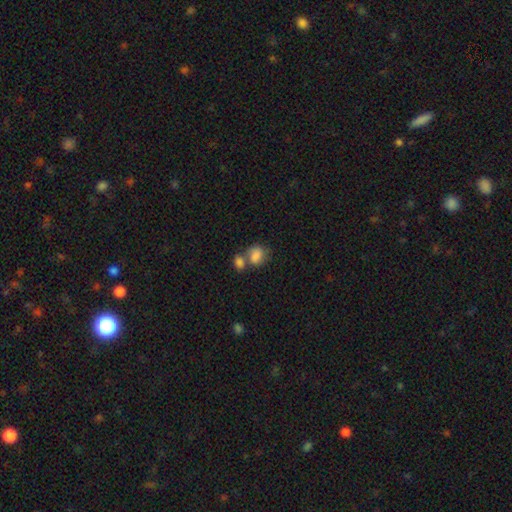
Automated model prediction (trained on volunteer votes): Morphology: type=smooth (82%); roundness=in between (59%); merging=merger (54%).